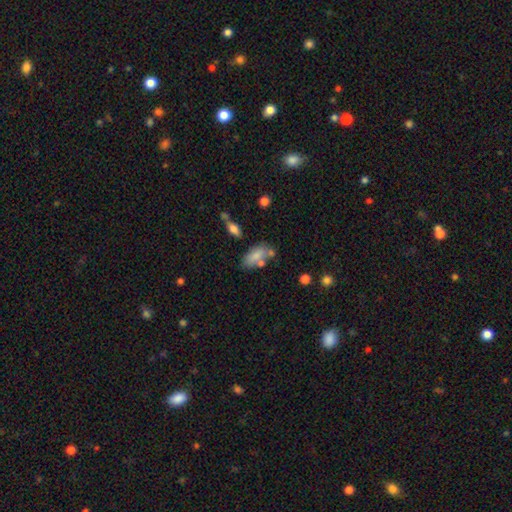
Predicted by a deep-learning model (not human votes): smooth_or_featured: smooth (p=0.74) [alt: featured or disk p=0.17]
how_rounded: in between (p=0.89) [alt: cigar-shaped p=0.07]
merging: none (p=0.46) [alt: merger p=0.24]